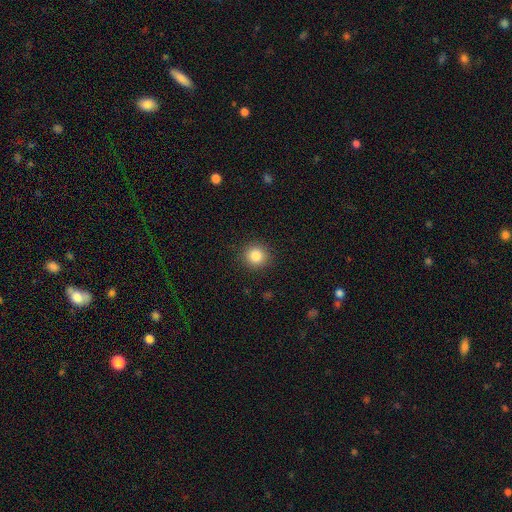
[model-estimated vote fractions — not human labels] Smooth or featured: smooth — 85% (star or artifact — 10%)
How rounded: round — 92% (in between — 7%)
Merging: none — 91% (minor disturbance — 6%)